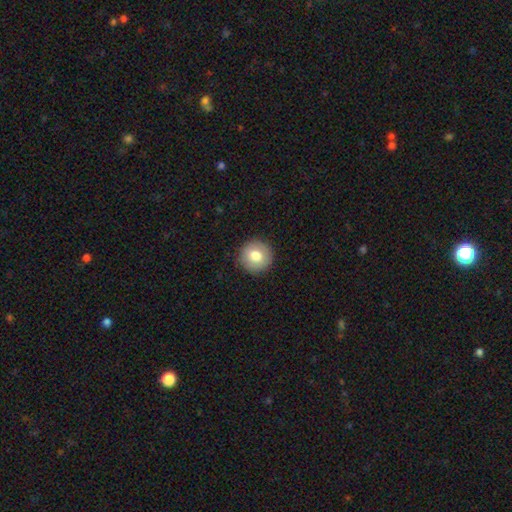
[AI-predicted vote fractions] Q: Smooth or featured?
A: smooth (78%); runner-up: featured or disk (15%)
Q: How rounded?
A: round (94%); runner-up: in between (5%)
Q: Merging?
A: none (89%); runner-up: minor disturbance (7%)